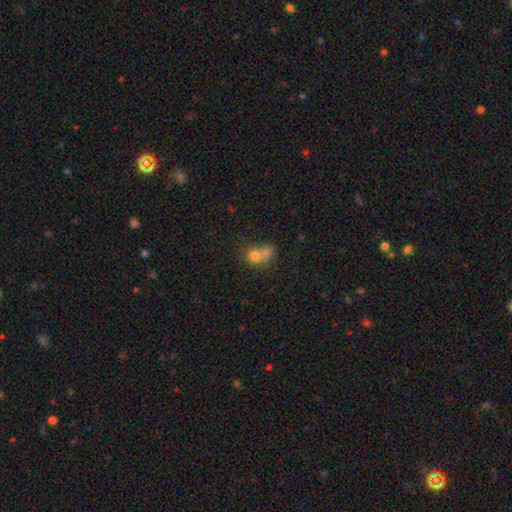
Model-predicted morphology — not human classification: type=smooth (72%); roundness=round (67%); merging=merger (59%).